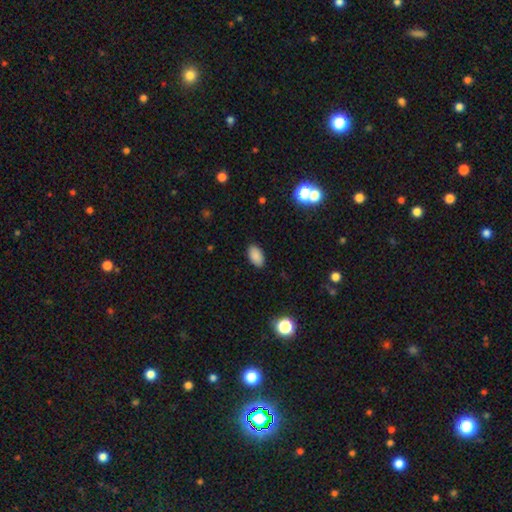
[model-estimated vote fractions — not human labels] Morphology: type=smooth (87%); roundness=in between (94%); merging=none (88%).